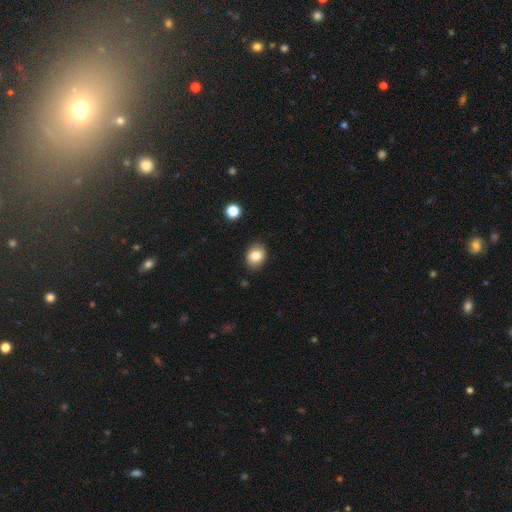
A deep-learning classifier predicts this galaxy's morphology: This is clearly a smooth galaxy (84%). How rounded: possibly in between (57%). Merging: clearly none (86%).